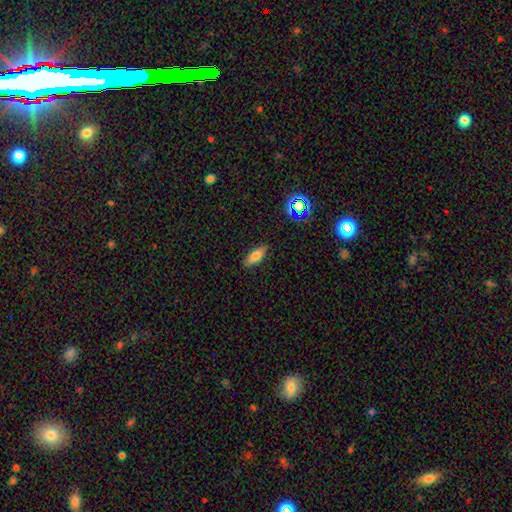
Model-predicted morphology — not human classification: A smooth galaxy with no disk features (74%) that is in between round and cigar-shaped (69%).

Vote fractions:
- Smooth or featured? smooth: 74% / featured or disk: 16% / star or artifact: 10%
- How rounded? in between: 69% / cigar-shaped: 28% / round: 3%
- Merging? none: 87% / minor disturbance: 10% / major disturbance: 2% / merger: 1%